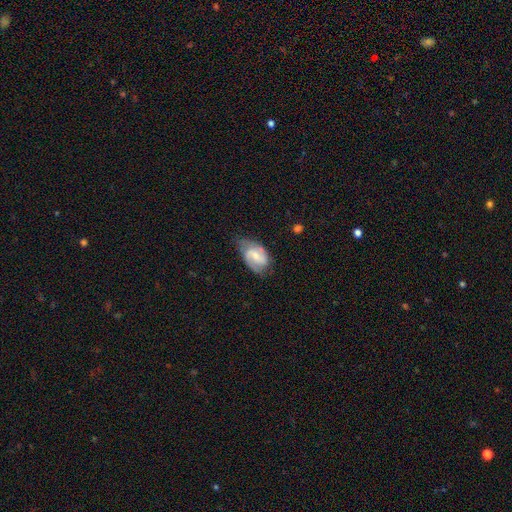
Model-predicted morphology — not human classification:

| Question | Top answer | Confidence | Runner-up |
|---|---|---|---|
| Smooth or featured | featured or disk | 73% | smooth (21%) |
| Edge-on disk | no | 97% | yes (3%) |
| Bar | weak | 52% | no (30%) |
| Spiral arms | yes | 93% | no (7%) |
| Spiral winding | medium | 50% | tight (28%) |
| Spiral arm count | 2 | 84% | can't tell (8%) |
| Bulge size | small | 51% | moderate (37%) |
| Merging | none | 63% | minor disturbance (27%) |